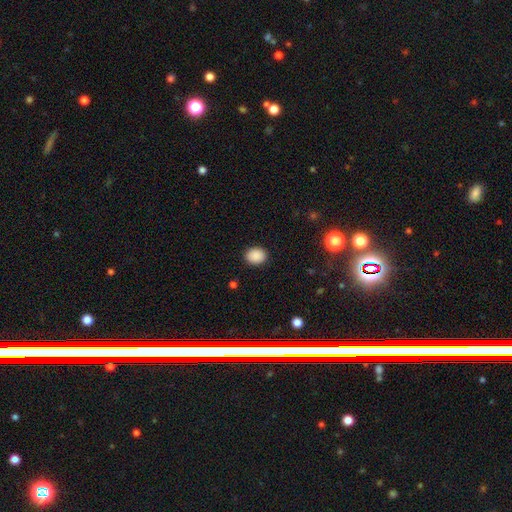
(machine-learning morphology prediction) type=smooth (89%); roundness=round (50%); merging=none (89%).